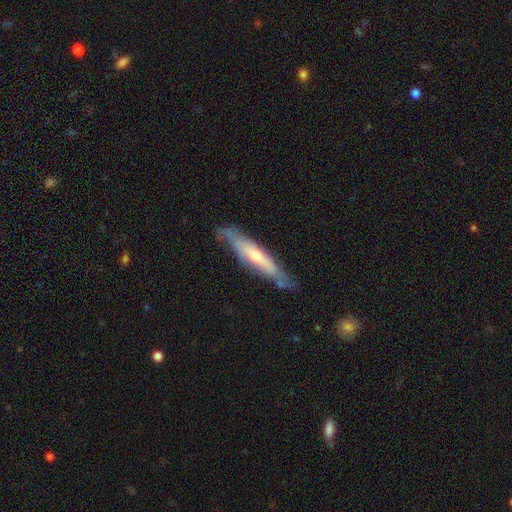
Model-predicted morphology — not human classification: The model was most divided on "smooth or featured": featured or disk: 55%, smooth: 39%, star or artifact: 6%. More confident: edge-on disk — yes (71%); merging — none (67%).